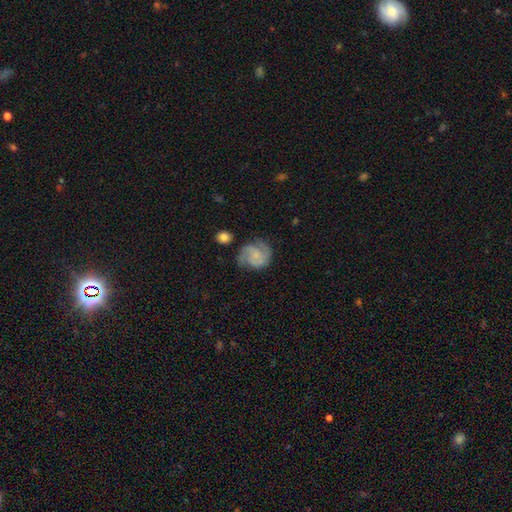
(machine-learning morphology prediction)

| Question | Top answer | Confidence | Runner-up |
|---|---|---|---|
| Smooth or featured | featured or disk | 64% | smooth (28%) |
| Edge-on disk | no | 98% | yes (2%) |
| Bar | no | 68% | weak (28%) |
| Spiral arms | yes | 91% | no (9%) |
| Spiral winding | medium | 46% | tight (35%) |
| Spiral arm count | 2 | 66% | can't tell (14%) |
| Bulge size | small | 48% | none (32%) |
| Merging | none | 60% | minor disturbance (24%) |